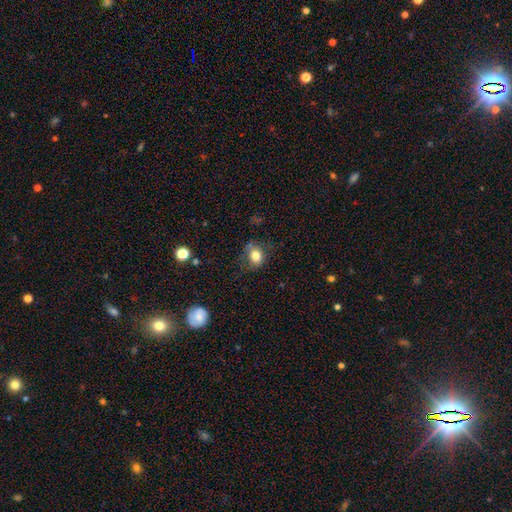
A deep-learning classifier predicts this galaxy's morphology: Smooth or featured? Predicted: smooth (p=0.78). How rounded? Predicted: round (p=0.59). Merging? Predicted: none (p=0.61).